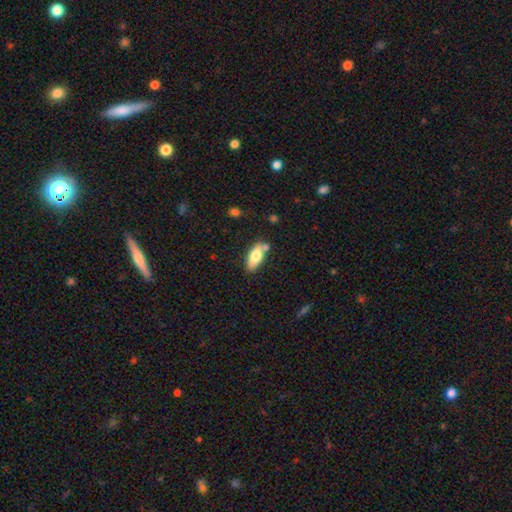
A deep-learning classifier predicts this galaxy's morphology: Smooth or featured? Predicted: smooth (p=0.72). How rounded? Predicted: in between (p=0.80). Merging? Predicted: none (p=0.69).